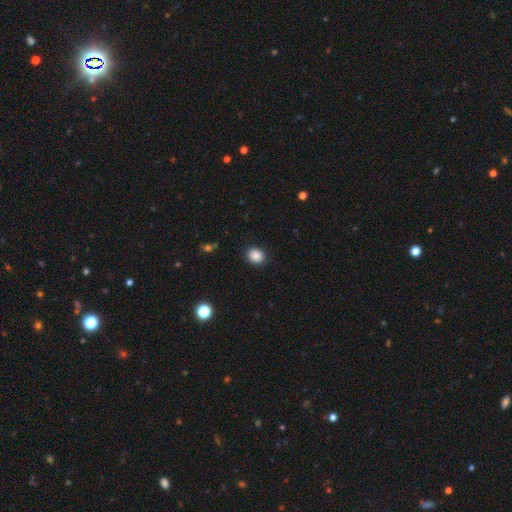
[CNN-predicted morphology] Smooth or featured?
  - smooth: 88% *
  - star or artifact: 9%
  - featured or disk: 3%
How rounded?
  - round: 67% *
  - in between: 32%
  - cigar-shaped: 1%
Merging?
  - none: 90% *
  - minor disturbance: 7%
  - major disturbance: 2%
  - merger: 1%